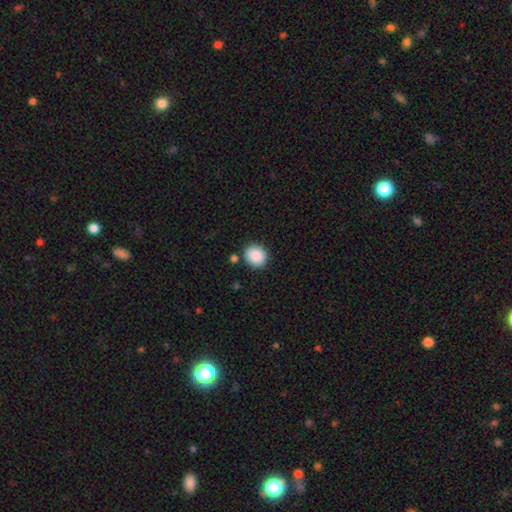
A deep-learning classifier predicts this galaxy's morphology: type=smooth (89%); roundness=round (76%); merging=none (84%).